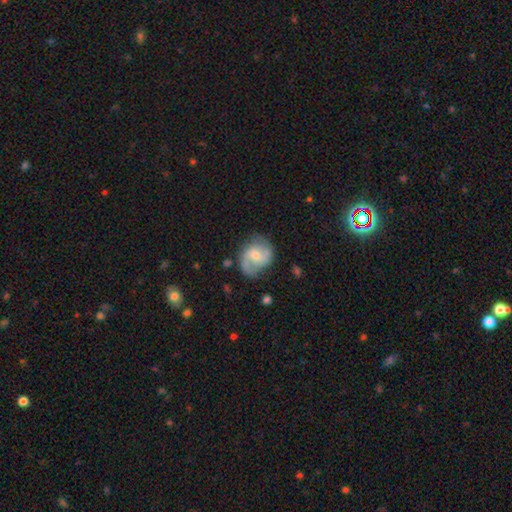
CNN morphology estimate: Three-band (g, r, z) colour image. It shows a featured or disk galaxy (66%) with no bar (46%), 2 (83%) medium (47%) spiral arms (89%) and a small central bulge (44%). Merging: none (63%).